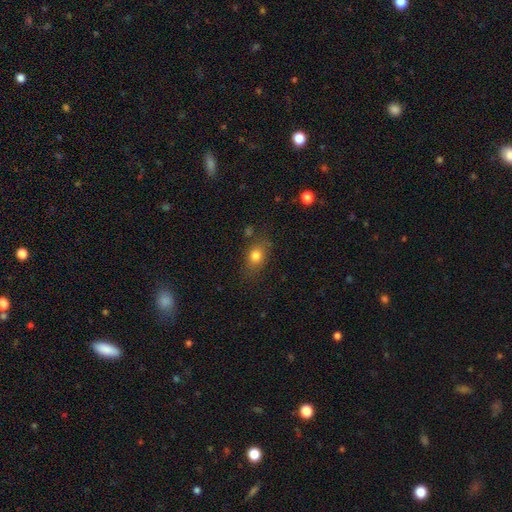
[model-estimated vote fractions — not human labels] Q: Smooth or featured?
A: smooth (79%); runner-up: star or artifact (11%)
Q: How rounded?
A: in between (65%); runner-up: round (32%)
Q: Merging?
A: none (74%); runner-up: minor disturbance (18%)